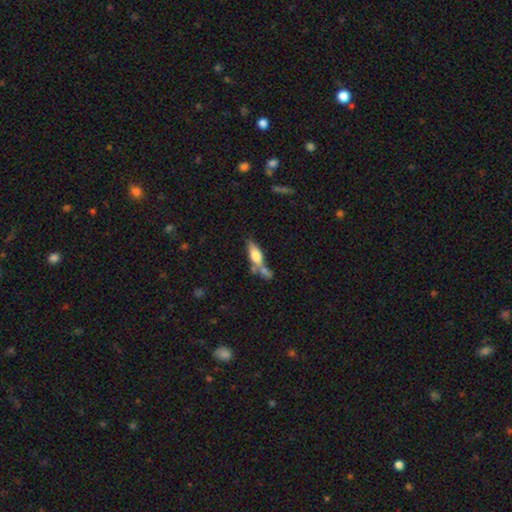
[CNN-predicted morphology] Smooth or featured: smooth — 54% (featured or disk — 39%)
How rounded: in between — 50% (cigar-shaped — 46%)
Merging: none — 43% (merger — 33%)